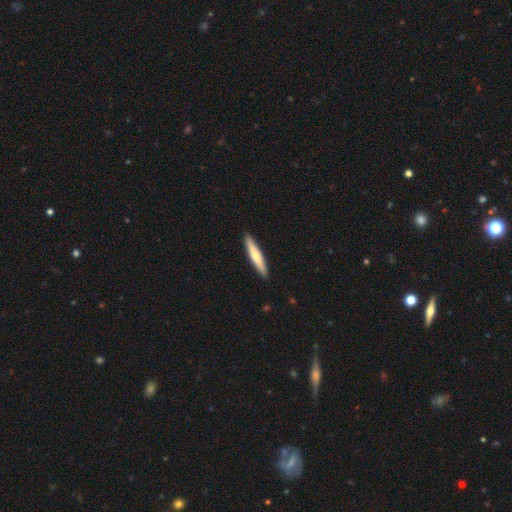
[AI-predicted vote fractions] smooth 61%, featured or disk 34%, star or artifact 5%. Down the decision tree: how rounded — cigar-shaped (91%); merging — none (92%).